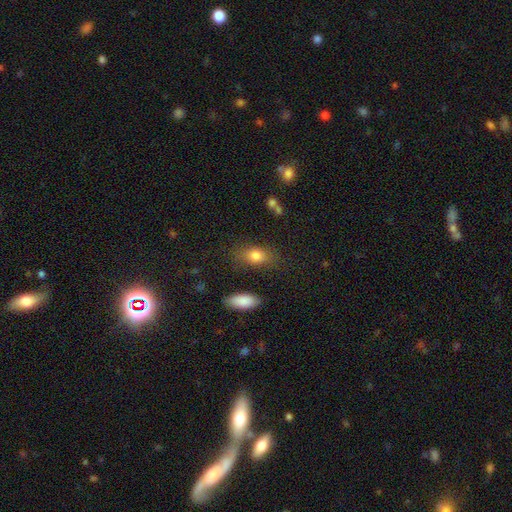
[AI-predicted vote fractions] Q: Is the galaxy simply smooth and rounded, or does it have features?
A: smooth — 80%.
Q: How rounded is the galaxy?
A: in between — 79%.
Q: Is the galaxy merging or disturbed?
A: none — 77%.